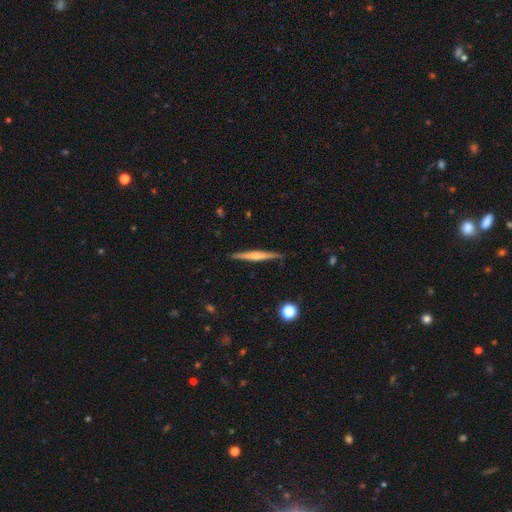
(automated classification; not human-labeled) Morphology: type=featured or disk (53%); edge-on=yes (97%); edge-on bulge=rounded (51%); merging=none (85%).